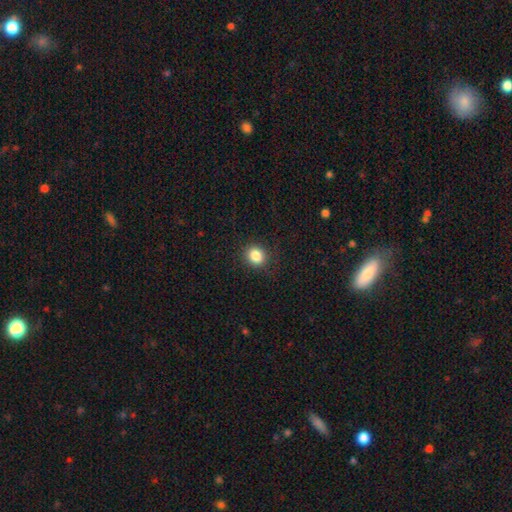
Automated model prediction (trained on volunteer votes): smooth-or-featured: smooth: 85% | star or artifact: 11% | featured or disk: 4%
  how-rounded: round: 78% | in between: 21% | cigar-shaped: 1%
  merging: none: 89% | minor disturbance: 8% | major disturbance: 3% | merger: 1%